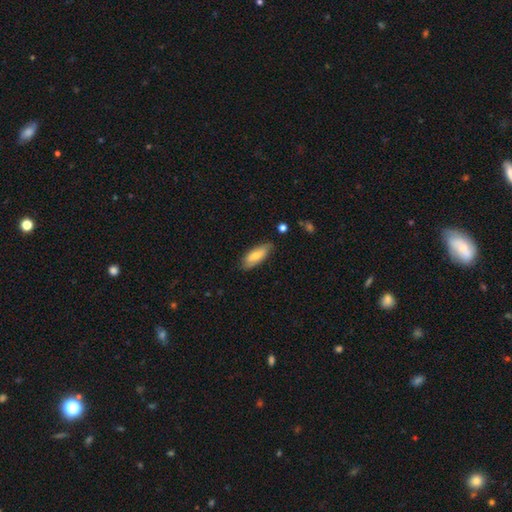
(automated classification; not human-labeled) This appears to be a smooth galaxy with no disk features (72%) that is in between round and cigar-shaped (74%). Merging: none (77%).